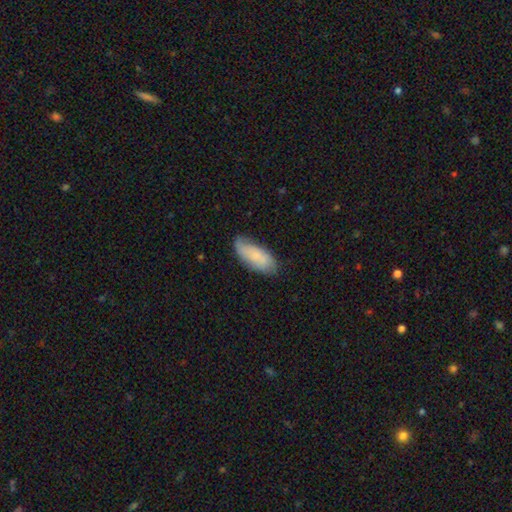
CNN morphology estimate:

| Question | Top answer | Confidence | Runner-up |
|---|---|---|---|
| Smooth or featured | smooth | 69% | featured or disk (24%) |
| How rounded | in between | 83% | cigar-shaped (15%) |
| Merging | none | 68% | minor disturbance (25%) |